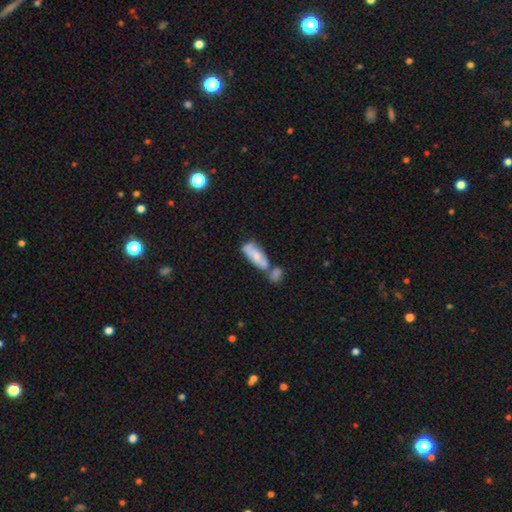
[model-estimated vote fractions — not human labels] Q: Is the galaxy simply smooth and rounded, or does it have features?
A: smooth — 62%.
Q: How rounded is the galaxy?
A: in between — 71%.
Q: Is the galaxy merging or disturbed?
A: merger — 46%.